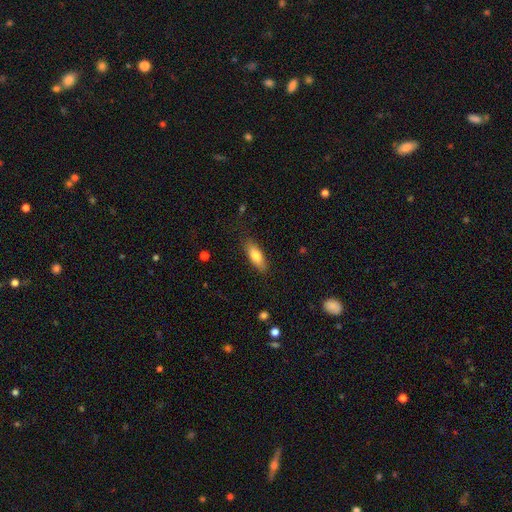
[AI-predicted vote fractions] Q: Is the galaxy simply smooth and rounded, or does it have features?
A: smooth — 78%.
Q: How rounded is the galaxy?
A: in between — 68%.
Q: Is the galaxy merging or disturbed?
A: none — 81%.